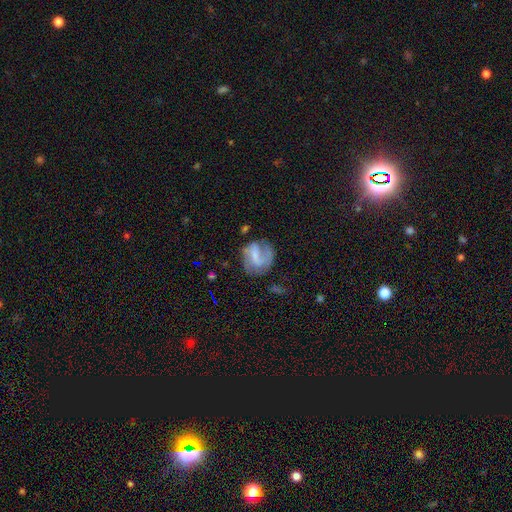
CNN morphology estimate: featured or disk 59%, smooth 33%, star or artifact 8%. Down the decision tree: edge-on disk — no (97%); bar — weak (48%); spiral arms — yes (78%); bulge size — small (41%); merging — none (53%).